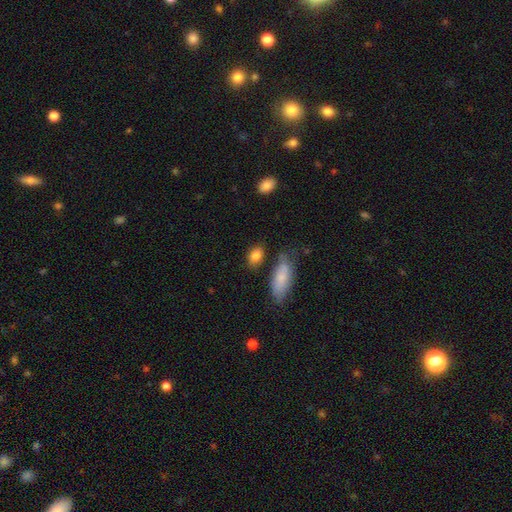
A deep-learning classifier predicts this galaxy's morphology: Q: Smooth or featured?
A: smooth (84%); runner-up: star or artifact (8%)
Q: How rounded?
A: in between (79%); runner-up: round (17%)
Q: Merging?
A: none (72%); runner-up: minor disturbance (15%)